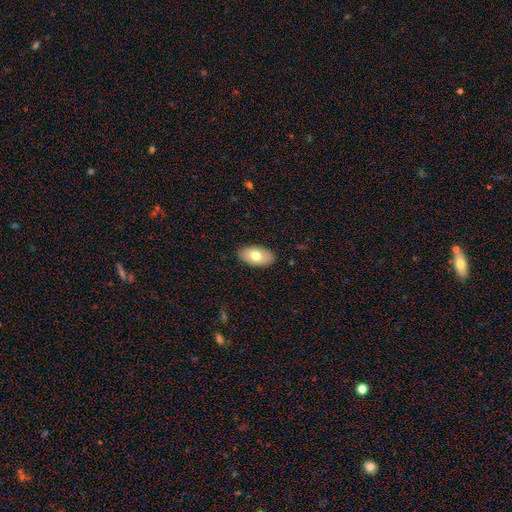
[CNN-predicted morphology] smooth-or-featured: smooth: 69% | featured or disk: 25% | star or artifact: 6%
  how-rounded: in between: 95% | round: 3% | cigar-shaped: 2%
  merging: none: 88% | minor disturbance: 9% | major disturbance: 2% | merger: 1%